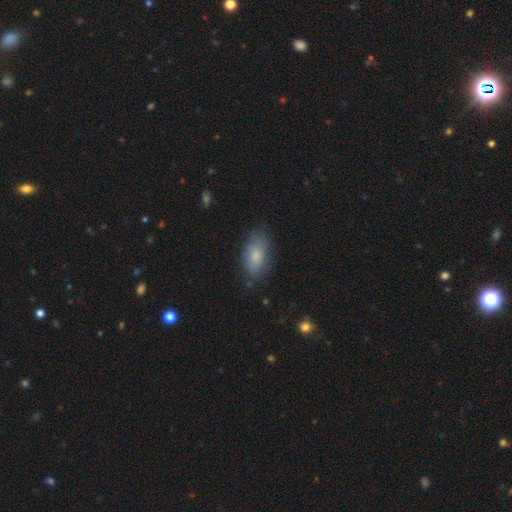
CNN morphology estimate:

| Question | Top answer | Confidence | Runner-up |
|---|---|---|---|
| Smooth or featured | smooth | 80% | featured or disk (13%) |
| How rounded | in between | 90% | cigar-shaped (6%) |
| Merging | none | 77% | minor disturbance (17%) |